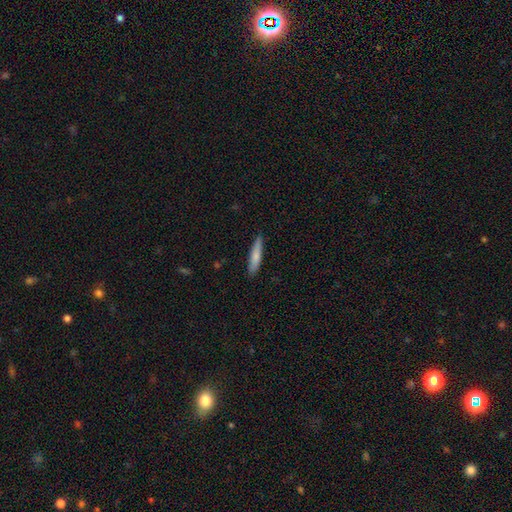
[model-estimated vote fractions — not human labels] The model was most divided on "smooth or featured": smooth: 77%, featured or disk: 18%, star or artifact: 6%. More confident: merging — none (86%); how rounded — cigar-shaped (86%).